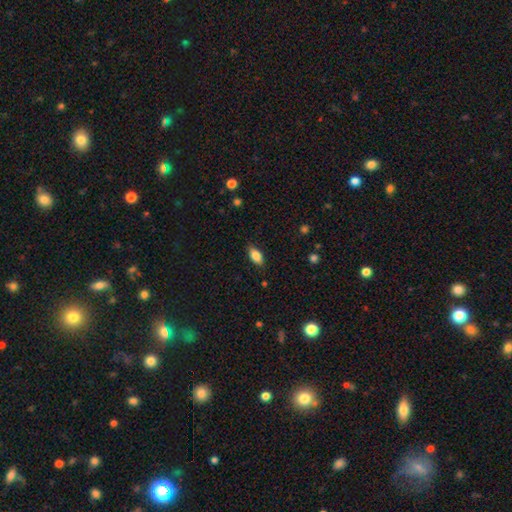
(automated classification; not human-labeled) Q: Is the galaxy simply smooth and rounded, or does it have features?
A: smooth — 83%.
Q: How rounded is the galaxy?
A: in between — 88%.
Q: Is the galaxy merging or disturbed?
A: none — 84%.